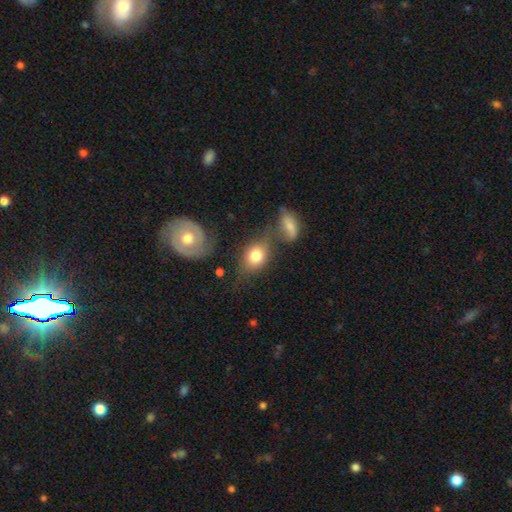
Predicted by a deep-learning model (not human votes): smooth 76%, featured or disk 16%, star or artifact 8%. Down the decision tree: how rounded — in between (62%); merging — none (44%).